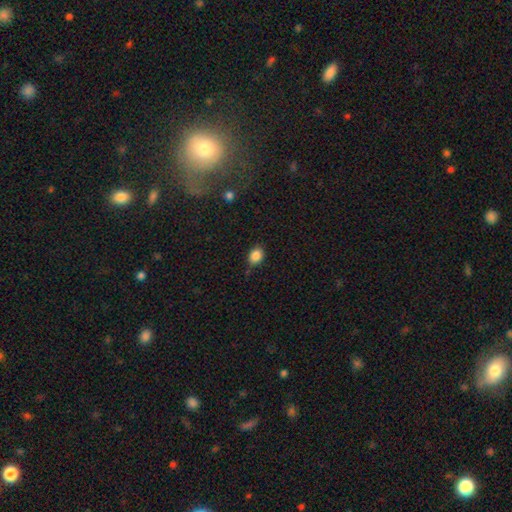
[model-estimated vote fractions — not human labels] This is clearly a smooth galaxy (86%). How rounded: possibly in between (53%). Merging: likely none (73%).